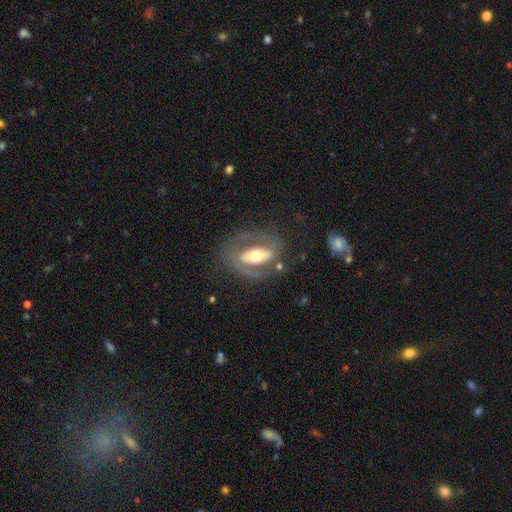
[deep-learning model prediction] smooth-or-featured: featured or disk: 73% | smooth: 22% | star or artifact: 6%
  disk-edge-on: no: 89% | yes: 11%
    bar: strong: 50% | no: 27% | weak: 23%
    has-spiral-arms: yes: 56% | no: 44%
    bulge-size: moderate: 63% | large: 19% | small: 14% | dominant: 2% | none: 1%
  merging: none: 64% | minor disturbance: 17% | major disturbance: 16% | merger: 3%